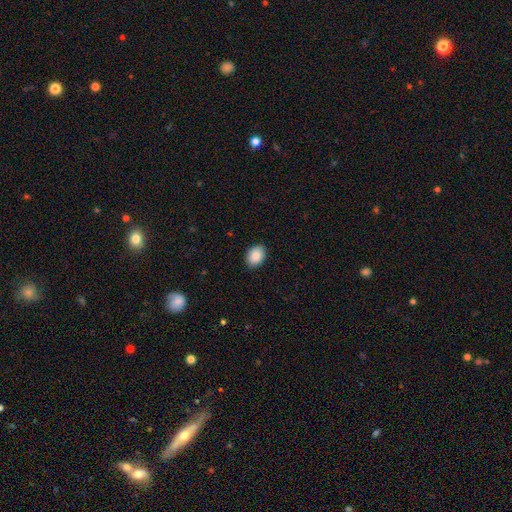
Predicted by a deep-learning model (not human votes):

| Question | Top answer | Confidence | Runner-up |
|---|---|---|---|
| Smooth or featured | smooth | 88% | star or artifact (7%) |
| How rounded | in between | 74% | round (25%) |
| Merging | none | 89% | minor disturbance (8%) |